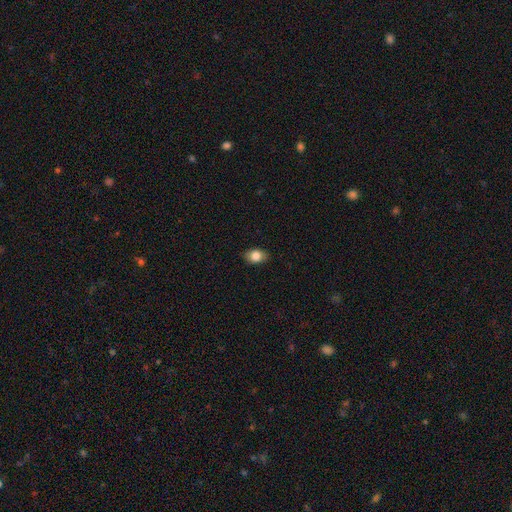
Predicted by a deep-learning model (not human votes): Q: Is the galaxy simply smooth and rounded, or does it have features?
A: smooth — 84%.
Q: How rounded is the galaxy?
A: in between — 80%.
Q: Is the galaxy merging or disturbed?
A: none — 86%.